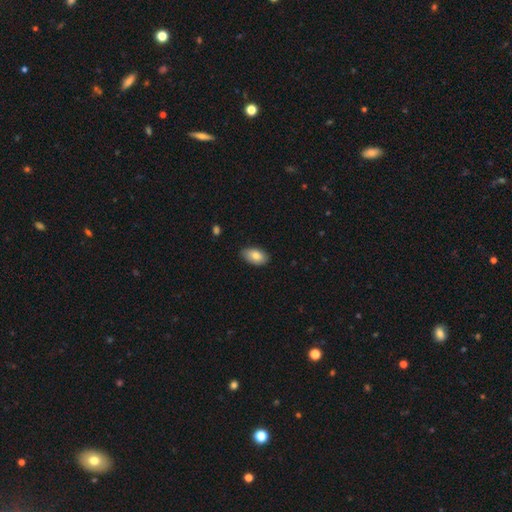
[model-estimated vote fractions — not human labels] This appears to be a smooth galaxy with no disk features (81%) that is in between round and cigar-shaped (94%). Merging: none (81%).